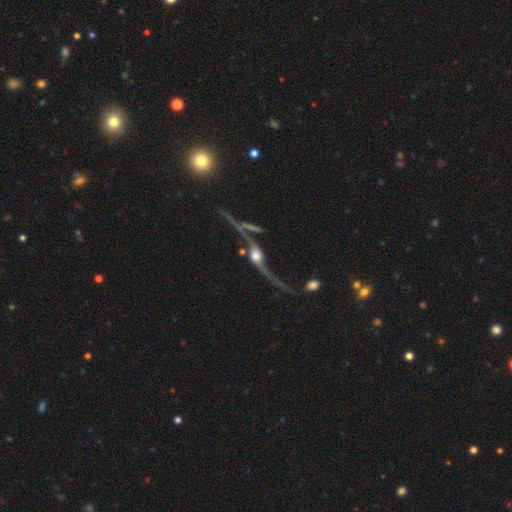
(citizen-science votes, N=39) This appears to be a featured or disk galaxy (100%) with no bar (70%), 2 (100%) loose (96%) spiral arms (90%) and a moderate central bulge (43%). Merging: none (67%).